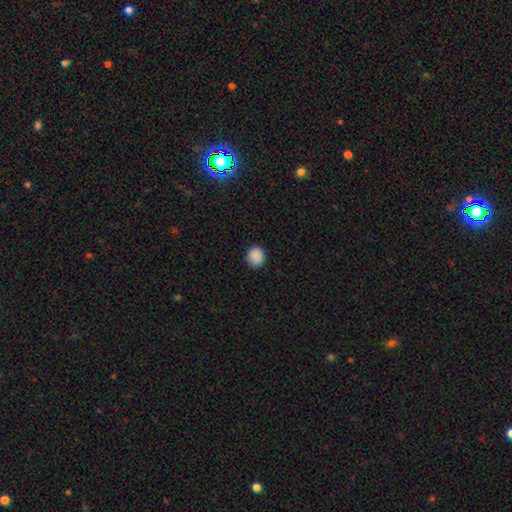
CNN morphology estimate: A smooth galaxy with no disk features (88%) that is round (86%).

Vote fractions:
- Smooth or featured? smooth: 88% / star or artifact: 9% / featured or disk: 3%
- How rounded? round: 86% / in between: 13% / cigar-shaped: 1%
- Merging? none: 89% / minor disturbance: 8% / major disturbance: 2% / merger: 1%